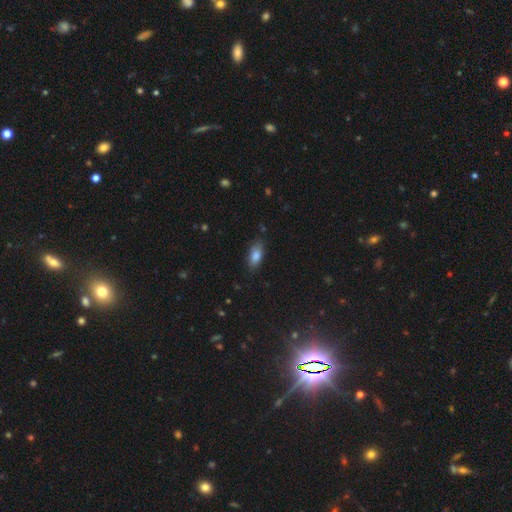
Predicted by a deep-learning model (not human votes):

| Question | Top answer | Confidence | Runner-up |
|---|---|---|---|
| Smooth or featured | smooth | 82% | featured or disk (10%) |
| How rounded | in between | 85% | cigar-shaped (11%) |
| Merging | none | 77% | minor disturbance (18%) |